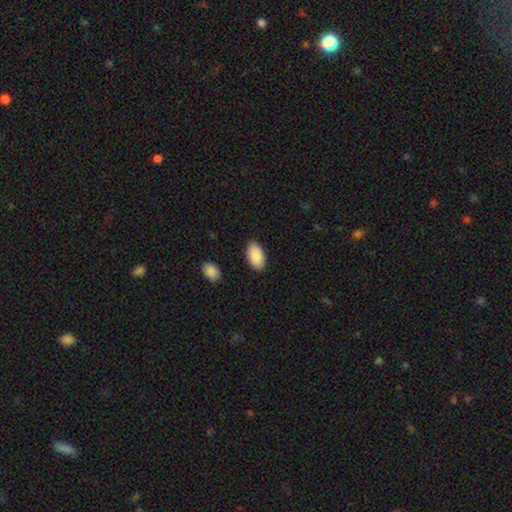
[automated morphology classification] smooth-or-featured: smooth: 88% | featured or disk: 6% | star or artifact: 6%
  how-rounded: in between: 95% | round: 3% | cigar-shaped: 2%
  merging: none: 87% | minor disturbance: 9% | major disturbance: 2% | merger: 2%